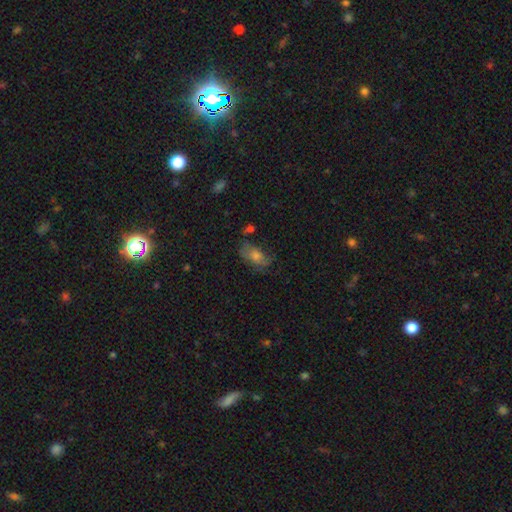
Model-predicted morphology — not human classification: The model was most divided on "smooth or featured": smooth: 45%, featured or disk: 38%, star or artifact: 17%. More confident: merging — none (58%).